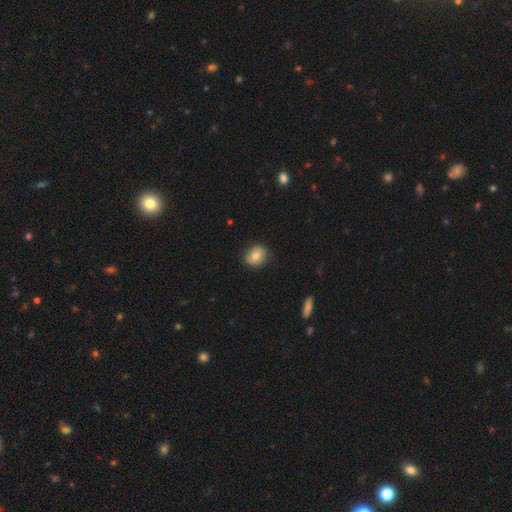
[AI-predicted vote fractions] Smooth or featured? Predicted: smooth (p=0.78). How rounded? Predicted: round (p=0.64). Merging? Predicted: none (p=0.83).